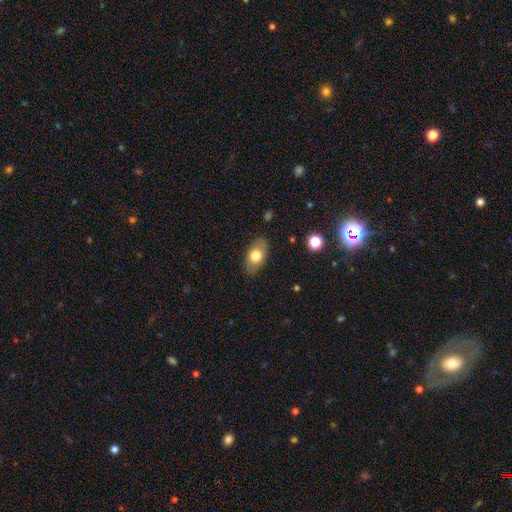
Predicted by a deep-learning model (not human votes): Smooth or featured: smooth — 73% (featured or disk — 20%)
How rounded: in between — 89% (round — 9%)
Merging: none — 84% (minor disturbance — 12%)